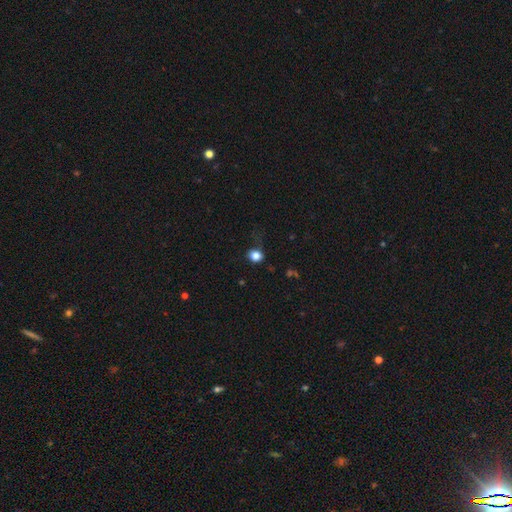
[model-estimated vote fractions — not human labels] This appears to be a smooth galaxy with no disk features (83%) that is round (72%). Merging: none (66%).